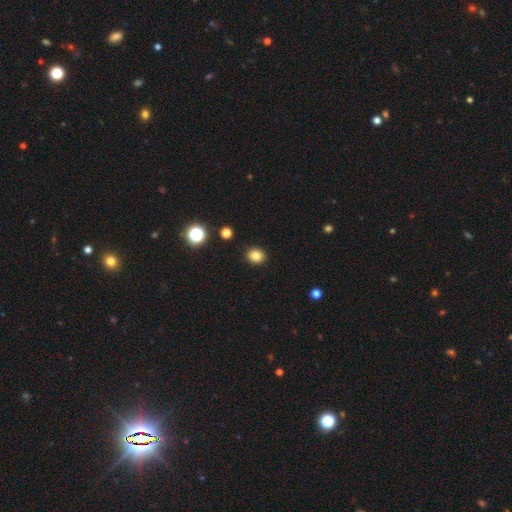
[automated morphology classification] smooth 83%, star or artifact 12%, featured or disk 5%. Down the decision tree: how rounded — round (72%); merging — none (91%).